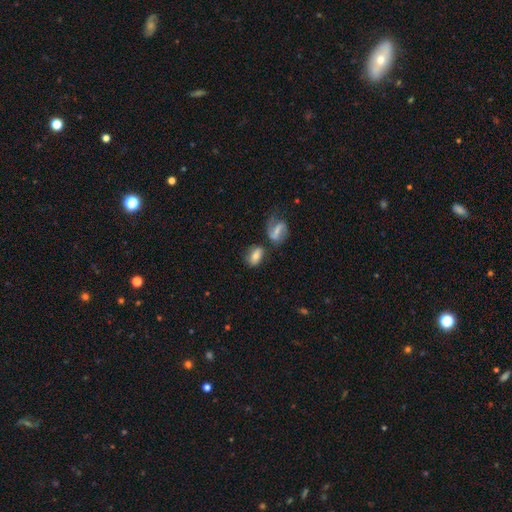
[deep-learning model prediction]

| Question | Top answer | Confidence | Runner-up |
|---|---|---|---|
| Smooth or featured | smooth | 62% | featured or disk (29%) |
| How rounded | in between | 81% | round (15%) |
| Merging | none | 56% | merger (20%) |